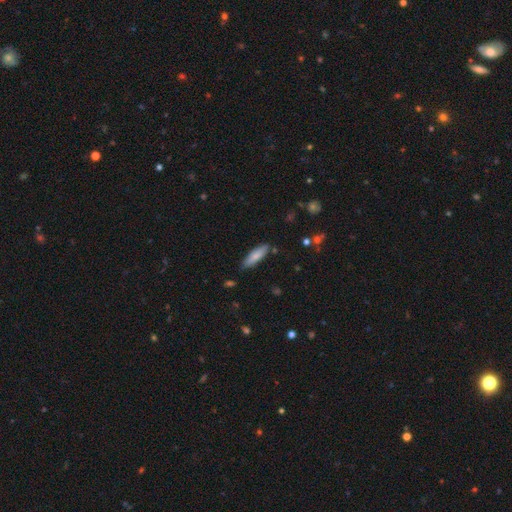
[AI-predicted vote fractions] Overall: smooth (80%). How rounded: cigar-shaped (59%; in between 40%). Merging: none (83%).